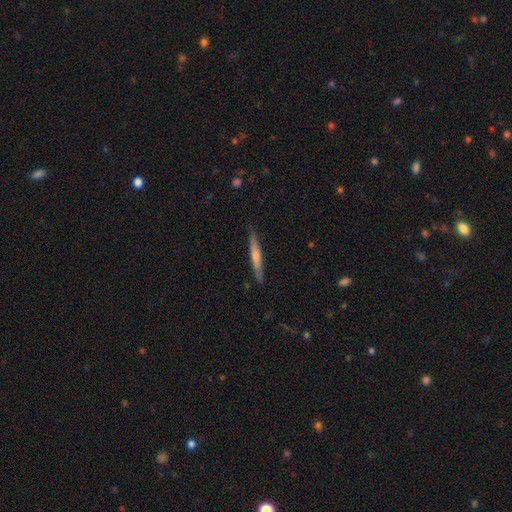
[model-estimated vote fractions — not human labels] Smooth or featured? featured or disk (48%)
Merging? none (88%)